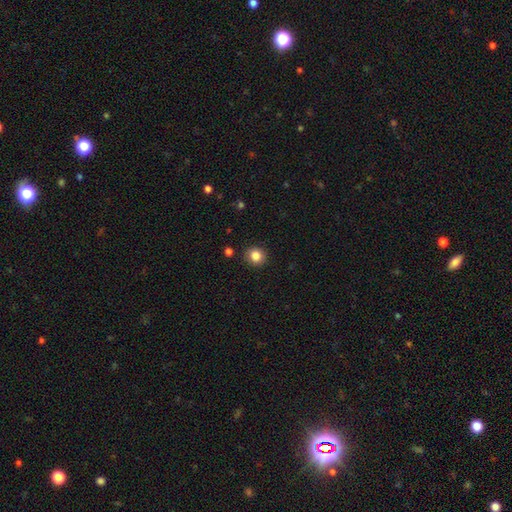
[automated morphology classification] Smooth or featured? smooth (85%)
How rounded? round (87%)
Merging? none (90%)